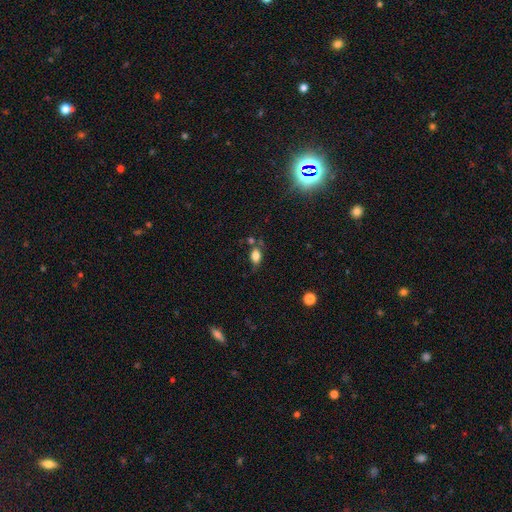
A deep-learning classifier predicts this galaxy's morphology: Smooth or featured? Predicted: smooth (p=0.79). How rounded? Predicted: in between (p=0.83). Merging? Predicted: none (p=0.62).